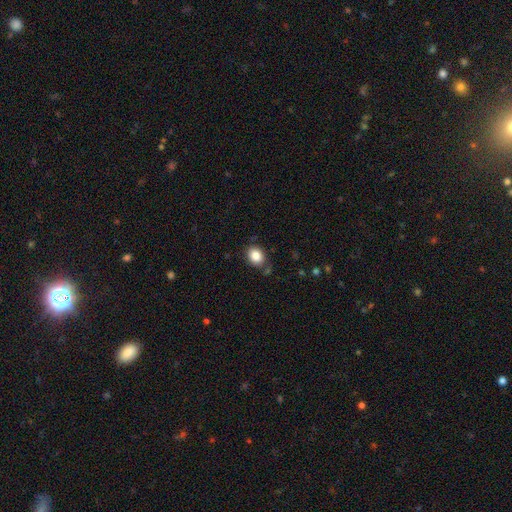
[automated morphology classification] This is clearly a smooth galaxy (85%). How rounded: possibly round (51%). Merging: likely none (76%).